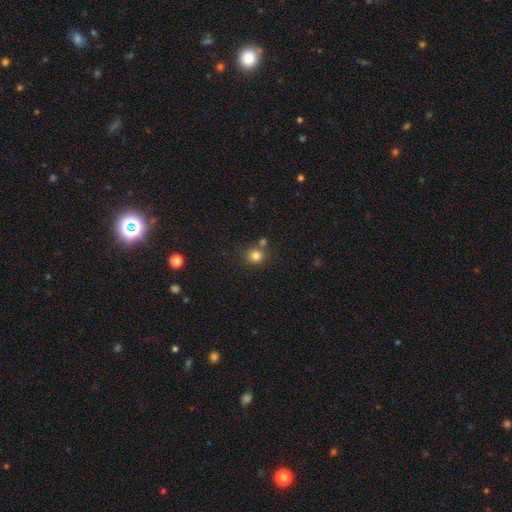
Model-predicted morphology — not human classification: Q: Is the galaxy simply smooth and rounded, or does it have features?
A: smooth — 81%.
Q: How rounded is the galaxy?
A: round — 87%.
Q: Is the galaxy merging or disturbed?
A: none — 71%.